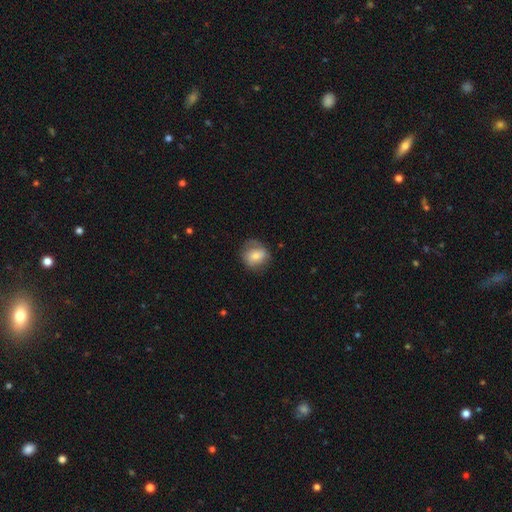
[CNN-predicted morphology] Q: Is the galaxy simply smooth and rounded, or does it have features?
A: smooth — 68%.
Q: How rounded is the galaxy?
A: round — 70%.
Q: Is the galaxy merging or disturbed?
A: none — 70%.